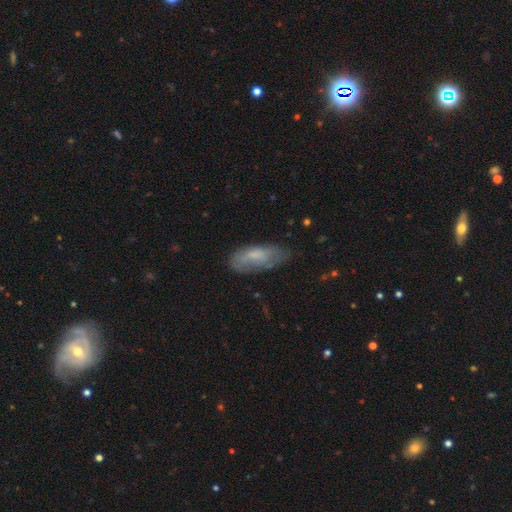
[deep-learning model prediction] Smooth or featured: smooth — 66% (featured or disk — 27%)
How rounded: in between — 75% (cigar-shaped — 23%)
Merging: none — 58% (minor disturbance — 30%)